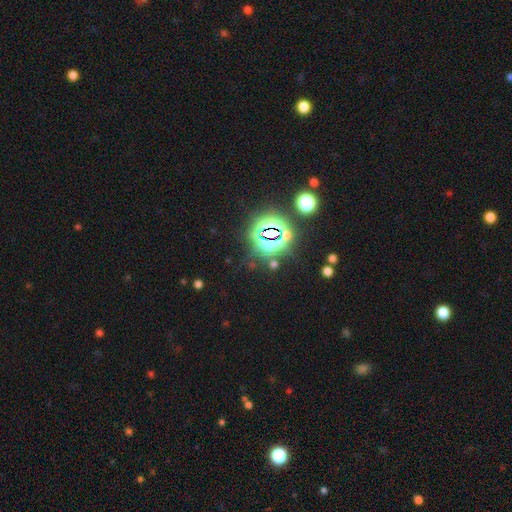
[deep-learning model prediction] star or artifact 83%, smooth 10%, featured or disk 7%.